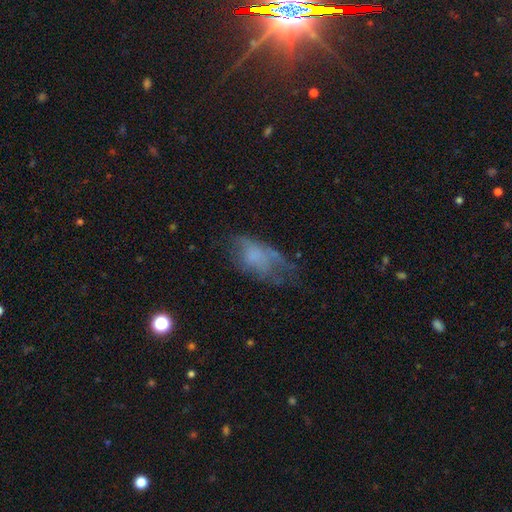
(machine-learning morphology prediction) A smooth galaxy with no disk features (49%).

Vote fractions:
- Smooth or featured? smooth: 49% / featured or disk: 37% / star or artifact: 14%
- Merging? none: 40% / minor disturbance: 29% / major disturbance: 28% / merger: 3%